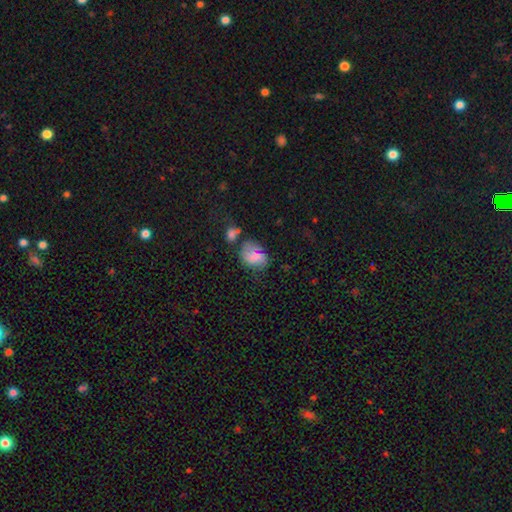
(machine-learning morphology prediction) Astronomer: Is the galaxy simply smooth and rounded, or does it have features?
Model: smooth — 72%.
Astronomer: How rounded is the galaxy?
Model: in between — 68%.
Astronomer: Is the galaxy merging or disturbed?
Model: none — 42% (runner-up: minor disturbance, 27%).